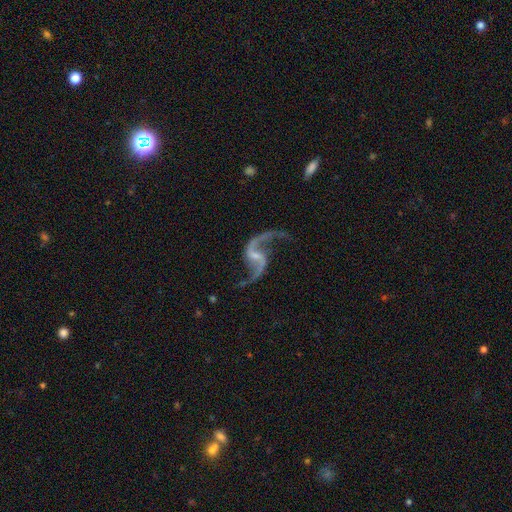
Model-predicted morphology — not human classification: type=featured or disk (93%); edge-on=no (98%); bar=weak (47%); spiral arms=yes (98%); winding=loose (87%); arm count=2 (94%); bulge=small (65%); merging=none (73%).